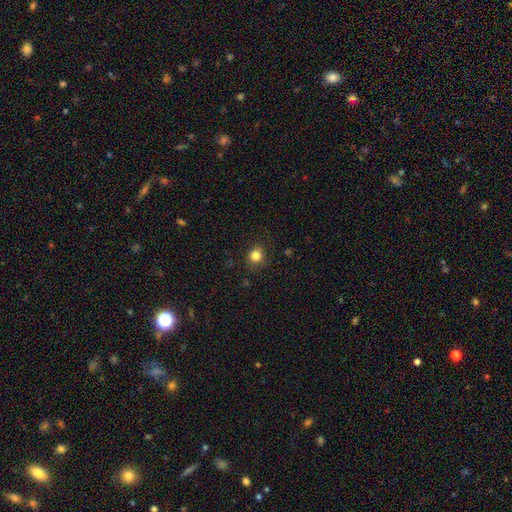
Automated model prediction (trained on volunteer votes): Morphology: type=smooth (83%); roundness=round (82%); merging=none (85%).